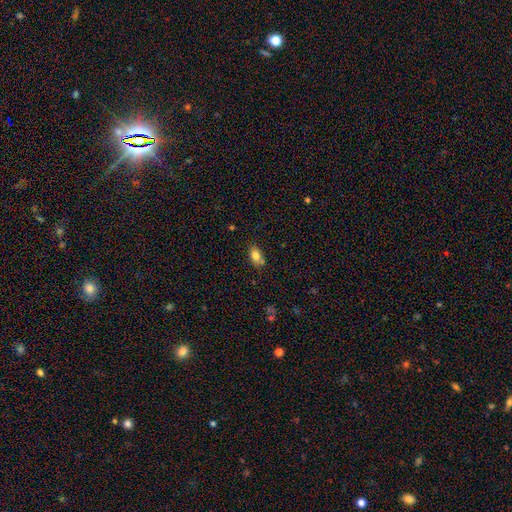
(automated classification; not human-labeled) A smooth galaxy with no disk features (81%) that is in between round and cigar-shaped (86%).

Vote fractions:
- Smooth or featured? smooth: 81% / featured or disk: 10% / star or artifact: 9%
- How rounded? in between: 86% / round: 10% / cigar-shaped: 3%
- Merging? none: 67% / minor disturbance: 19% / merger: 9% / major disturbance: 4%